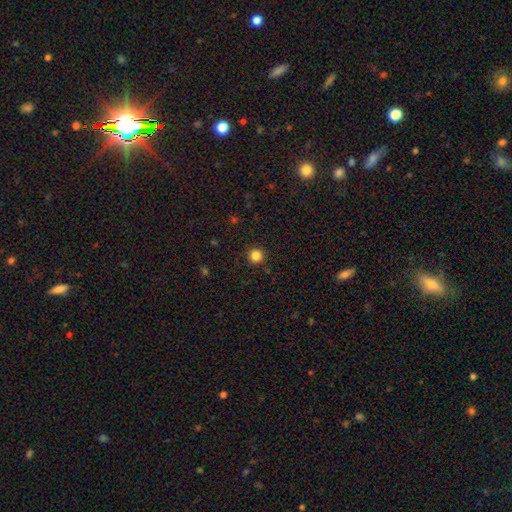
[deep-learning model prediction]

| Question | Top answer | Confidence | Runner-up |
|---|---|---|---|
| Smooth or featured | smooth | 84% | star or artifact (12%) |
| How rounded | round | 96% | in between (4%) |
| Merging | none | 91% | minor disturbance (6%) |